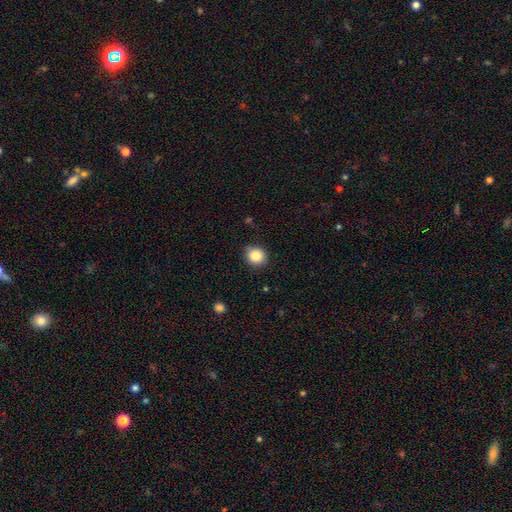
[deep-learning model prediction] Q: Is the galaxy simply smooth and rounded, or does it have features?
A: smooth — 84%.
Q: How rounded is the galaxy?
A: round — 85%.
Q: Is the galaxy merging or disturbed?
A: none — 88%.